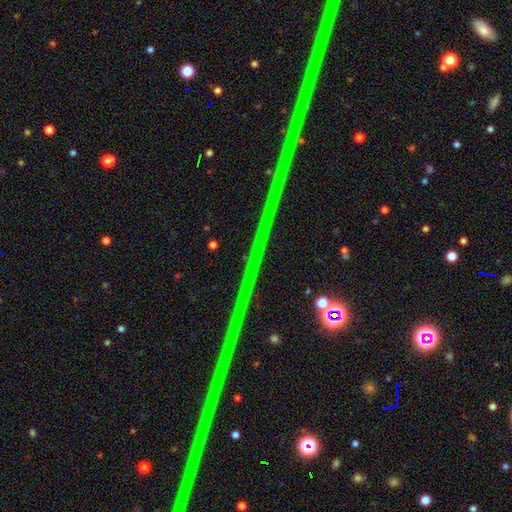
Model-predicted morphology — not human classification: This is clearly a star or artifact rather than a galaxy (89%).